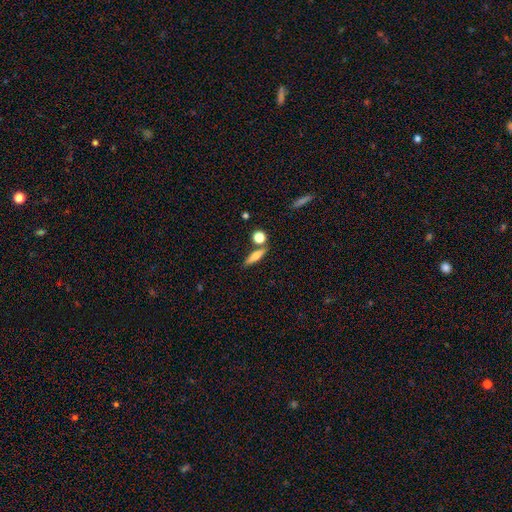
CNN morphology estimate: A smooth galaxy with no disk features (67%) that is cigar-shaped (66%).

Vote fractions:
- Smooth or featured? smooth: 67% / featured or disk: 24% / star or artifact: 8%
- How rounded? cigar-shaped: 66% / in between: 26% / round: 8%
- Merging? none: 72% / merger: 14% / minor disturbance: 10% / major disturbance: 3%